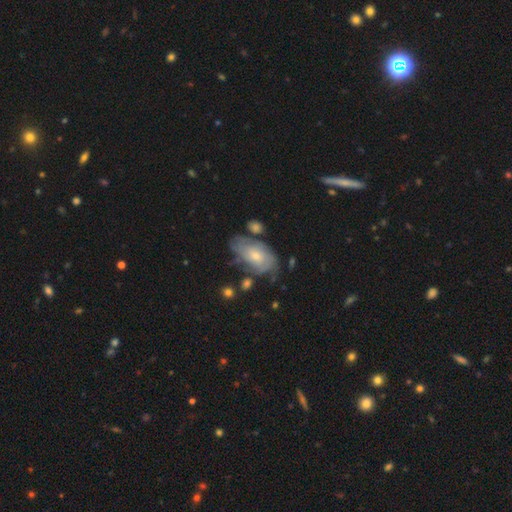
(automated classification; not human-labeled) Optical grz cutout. It shows a featured or disk galaxy (56%) with no bar (78%), spiral arms (74%) and a moderate central bulge (45%, tied with small). Merging: none (51%).